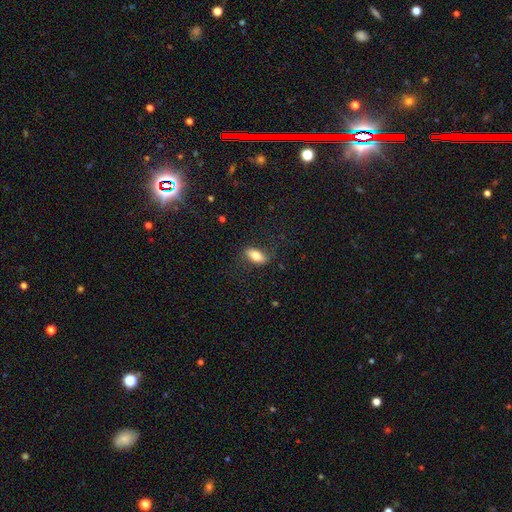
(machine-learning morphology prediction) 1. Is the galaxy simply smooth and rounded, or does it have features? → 75% smooth, 18% featured or disk, 7% star or artifact.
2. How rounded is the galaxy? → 83% in between, 13% cigar-shaped, 4% round.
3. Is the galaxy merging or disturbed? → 81% none, 13% minor disturbance, 5% major disturbance, 1% merger.